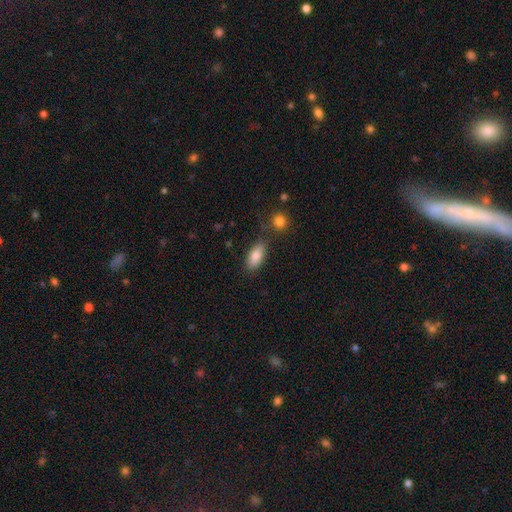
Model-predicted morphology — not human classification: Overall: smooth (85%). How rounded: in between (85%). Merging: none (77%).